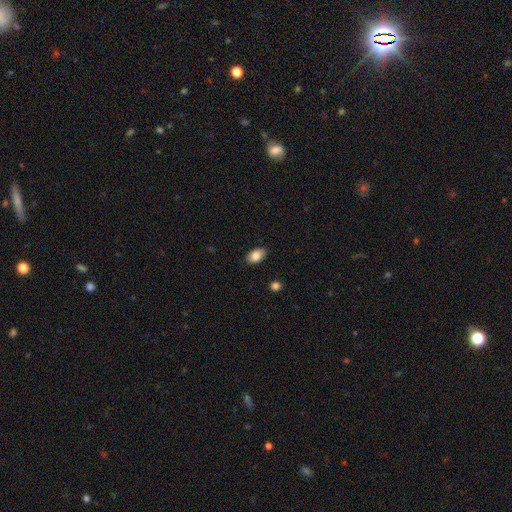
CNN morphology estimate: smooth-or-featured: smooth: 86% | star or artifact: 7% | featured or disk: 7%
  how-rounded: in between: 91% | round: 7% | cigar-shaped: 2%
  merging: none: 87% | minor disturbance: 10% | major disturbance: 2% | merger: 1%